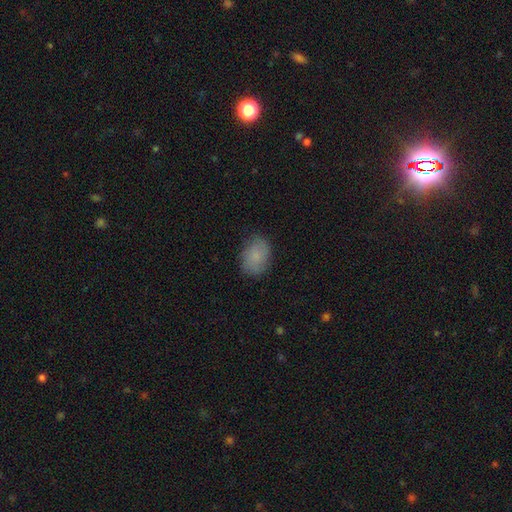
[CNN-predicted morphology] smooth-or-featured: smooth: 81% | featured or disk: 10% | star or artifact: 8%
  how-rounded: in between: 75% | round: 24% | cigar-shaped: 1%
  merging: none: 80% | minor disturbance: 15% | major disturbance: 4% | merger: 1%